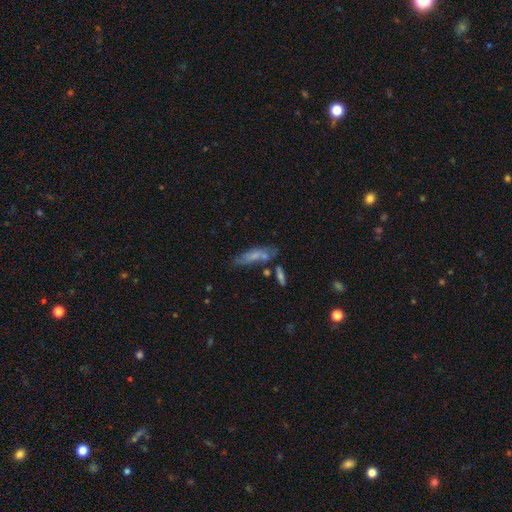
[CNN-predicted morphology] smooth-or-featured: smooth: 58% | featured or disk: 33% | star or artifact: 9%
  how-rounded: cigar-shaped: 60% | in between: 38% | round: 3%
  merging: none: 53% | minor disturbance: 23% | merger: 15% | major disturbance: 9%